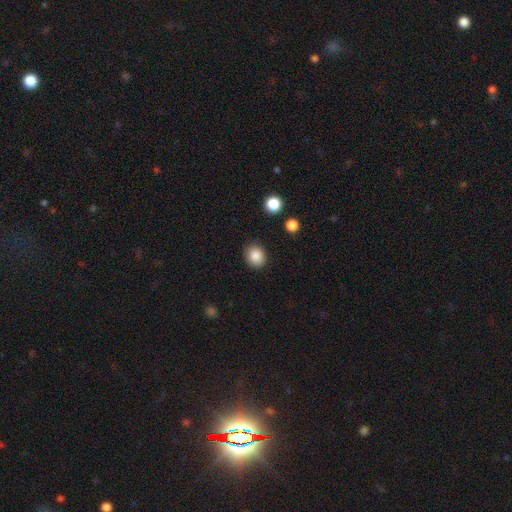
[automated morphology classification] Smooth or featured? smooth (86%)
How rounded? round (70%)
Merging? none (88%)